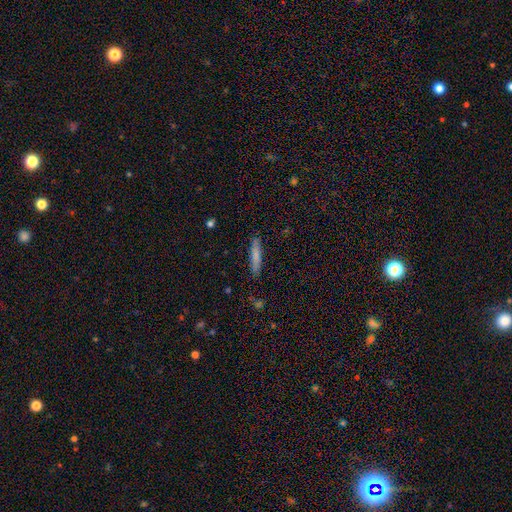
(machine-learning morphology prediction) smooth 75%, featured or disk 18%, star or artifact 7%. Down the decision tree: how rounded — cigar-shaped (89%); merging — none (87%).